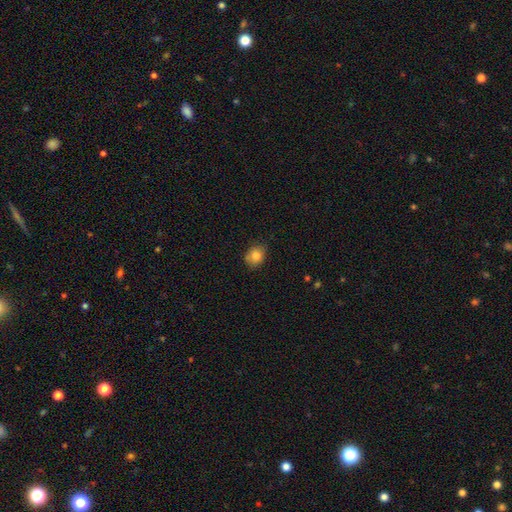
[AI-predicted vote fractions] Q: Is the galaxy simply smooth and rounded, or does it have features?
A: smooth — 83%.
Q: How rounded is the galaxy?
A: round — 57%.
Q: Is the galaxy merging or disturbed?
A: none — 76%.